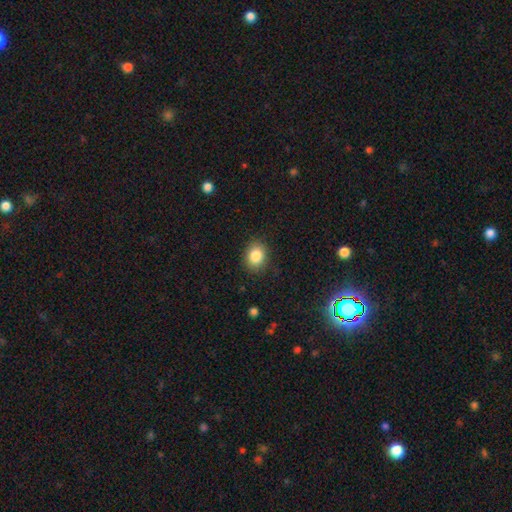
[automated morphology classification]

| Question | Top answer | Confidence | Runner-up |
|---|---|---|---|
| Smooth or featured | smooth | 85% | star or artifact (9%) |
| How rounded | round | 54% | in between (45%) |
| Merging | none | 87% | minor disturbance (9%) |